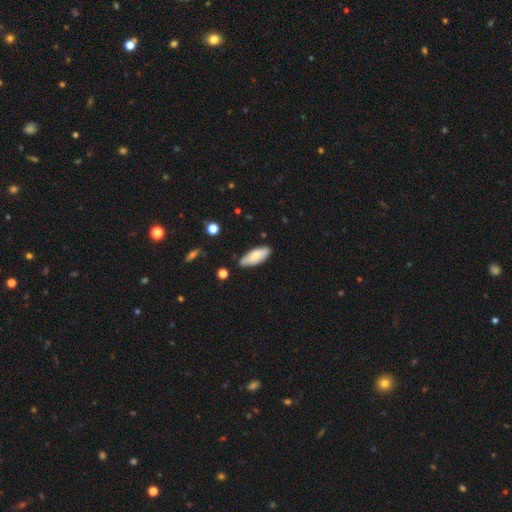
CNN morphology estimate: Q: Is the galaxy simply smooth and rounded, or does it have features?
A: smooth — 73%.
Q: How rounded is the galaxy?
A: in between — 76%.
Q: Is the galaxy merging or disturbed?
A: none — 79%.